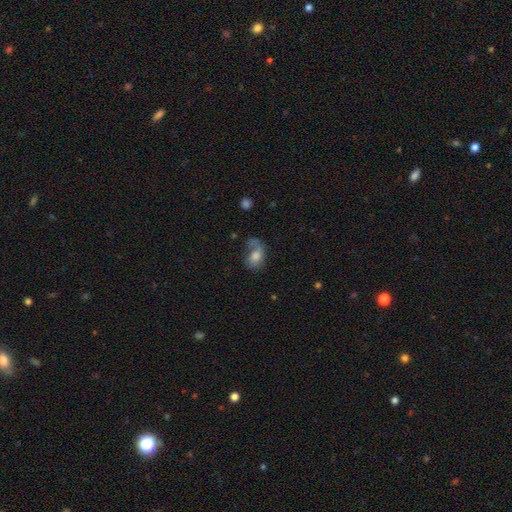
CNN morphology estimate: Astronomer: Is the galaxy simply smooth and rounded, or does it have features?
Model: smooth — 54% (runner-up: featured or disk, 37%).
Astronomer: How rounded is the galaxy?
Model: in between — 79%.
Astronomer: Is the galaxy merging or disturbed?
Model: major disturbance — 36% (runner-up: none, 33%).